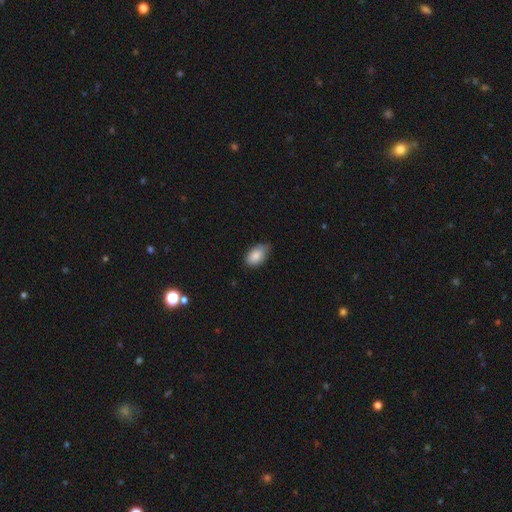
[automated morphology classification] This is clearly a smooth galaxy (86%). How rounded: clearly in between (91%). Merging: likely none (64%).